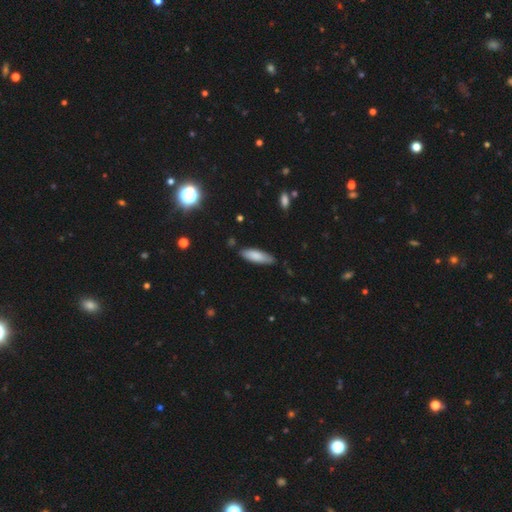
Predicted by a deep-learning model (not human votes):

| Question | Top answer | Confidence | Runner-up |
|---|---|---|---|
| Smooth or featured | smooth | 83% | featured or disk (12%) |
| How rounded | cigar-shaped | 50% | in between (49%) |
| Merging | none | 82% | minor disturbance (14%) |